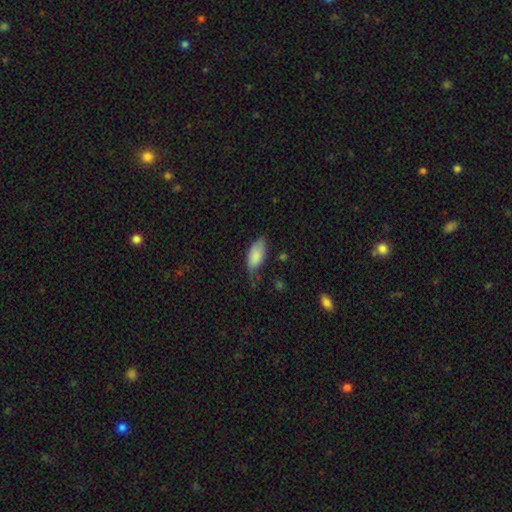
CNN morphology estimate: This appears to be a smooth galaxy with no disk features (83%) that is in between round and cigar-shaped (90%). Merging: none (52%).